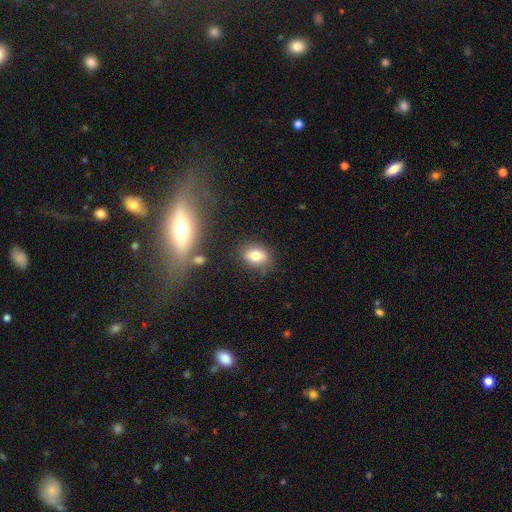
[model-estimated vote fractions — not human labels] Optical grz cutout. It shows a smooth galaxy with no disk features (77%) that is in between round and cigar-shaped (60%). Merging: none (78%).